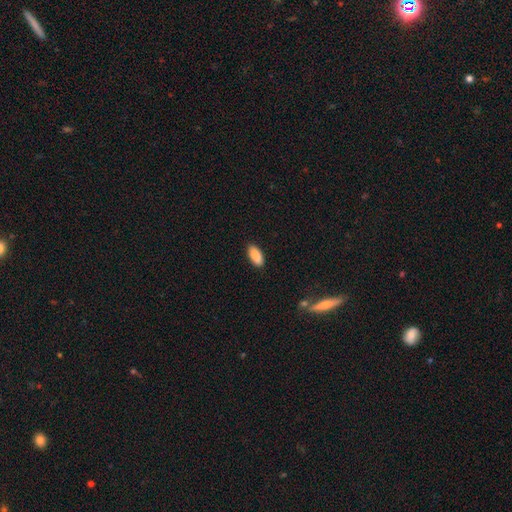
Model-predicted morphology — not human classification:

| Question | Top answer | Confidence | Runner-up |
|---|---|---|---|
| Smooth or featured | smooth | 89% | star or artifact (6%) |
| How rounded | in between | 88% | cigar-shaped (10%) |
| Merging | none | 88% | minor disturbance (9%) |